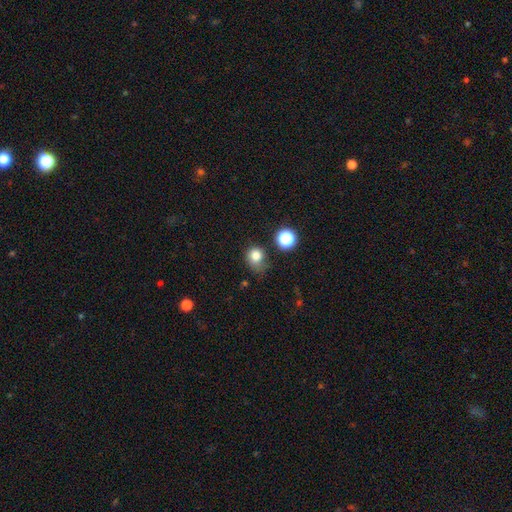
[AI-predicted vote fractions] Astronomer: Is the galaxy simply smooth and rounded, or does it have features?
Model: smooth — 81%.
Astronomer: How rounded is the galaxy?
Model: round — 74%.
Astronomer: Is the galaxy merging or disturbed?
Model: none — 52% (runner-up: minor disturbance, 29%).